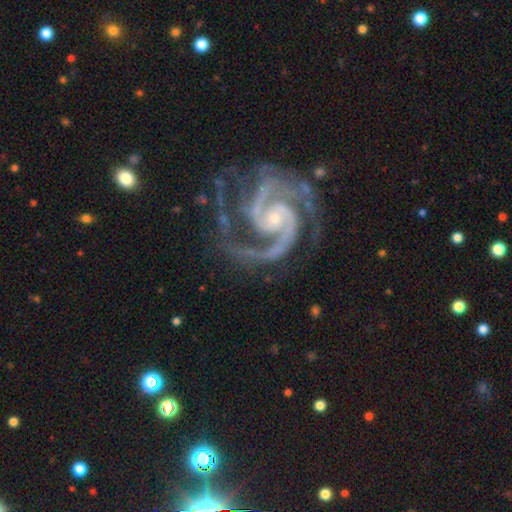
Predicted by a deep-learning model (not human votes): Smooth or featured: featured or disk — 93% (star or artifact — 5%)
Edge-on disk: no — 98% (yes — 2%)
Bar: no — 44% (weak — 37%)
Spiral arms: yes — 99% (no — 1%)
Spiral winding: medium — 50% (tight — 44%)
Spiral arm count: 2 — 82% (3 — 9%)
Bulge size: small — 73% (moderate — 20%)
Merging: none — 70% (minor disturbance — 18%)